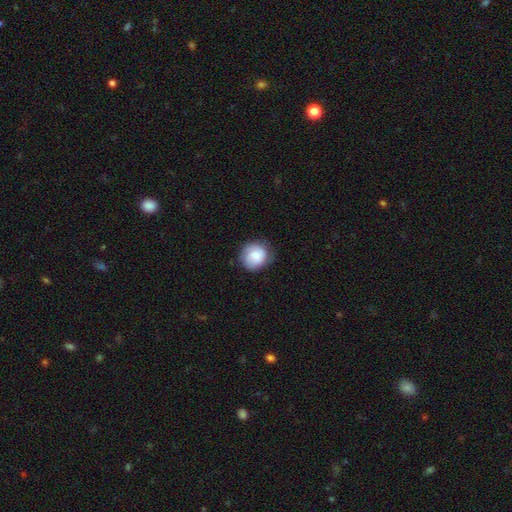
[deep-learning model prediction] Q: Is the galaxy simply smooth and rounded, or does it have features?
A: smooth — 75%.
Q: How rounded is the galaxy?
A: round — 83%.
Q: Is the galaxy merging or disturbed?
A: none — 70%.